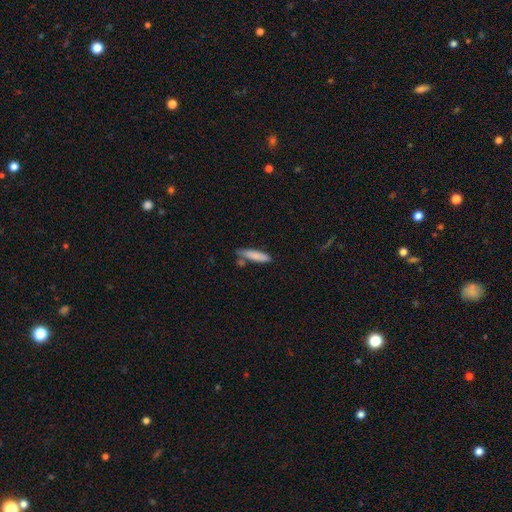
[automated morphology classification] The model was most divided on "merging": none: 67%, minor disturbance: 19%, merger: 10%, major disturbance: 4%. More confident: smooth or featured — smooth (82%); how rounded — cigar-shaped (78%).